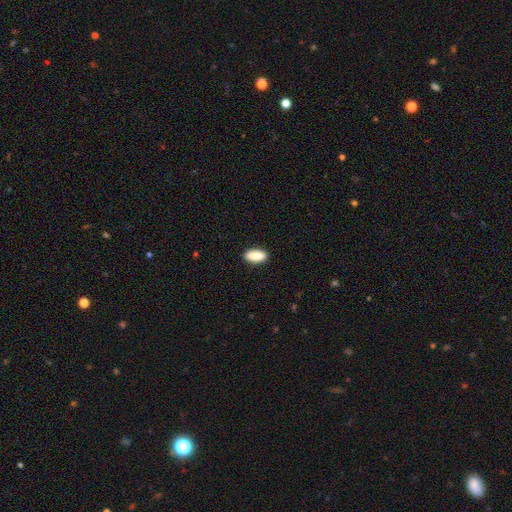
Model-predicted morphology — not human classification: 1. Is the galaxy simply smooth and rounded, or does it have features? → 89% smooth, 6% star or artifact, 5% featured or disk.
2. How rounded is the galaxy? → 87% in between, 11% cigar-shaped, 2% round.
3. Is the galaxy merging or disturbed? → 90% none, 8% minor disturbance, 2% major disturbance, 1% merger.